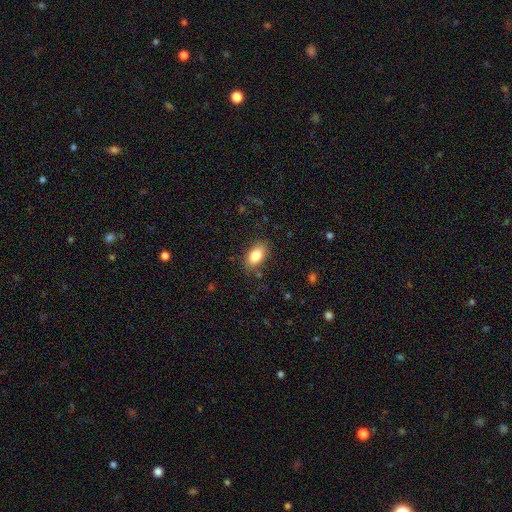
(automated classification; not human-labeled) The model was most divided on "merging": none: 82%, minor disturbance: 13%, major disturbance: 3%, merger: 1%. More confident: how rounded — in between (90%); smooth or featured — smooth (83%).